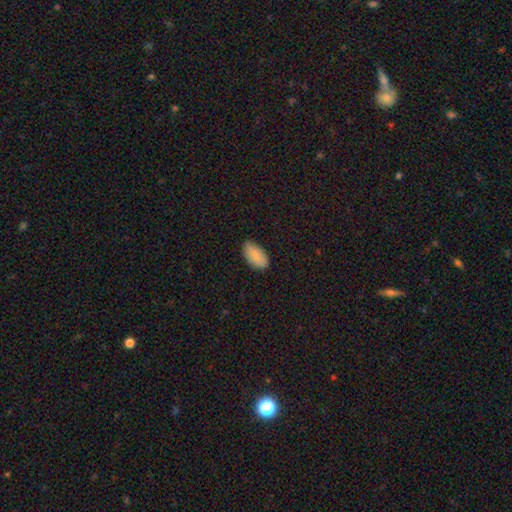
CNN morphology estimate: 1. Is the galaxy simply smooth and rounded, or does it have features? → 88% smooth, 6% star or artifact, 6% featured or disk.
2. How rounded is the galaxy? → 95% in between, 3% cigar-shaped, 2% round.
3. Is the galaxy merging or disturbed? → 81% none, 15% minor disturbance, 2% major disturbance, 1% merger.